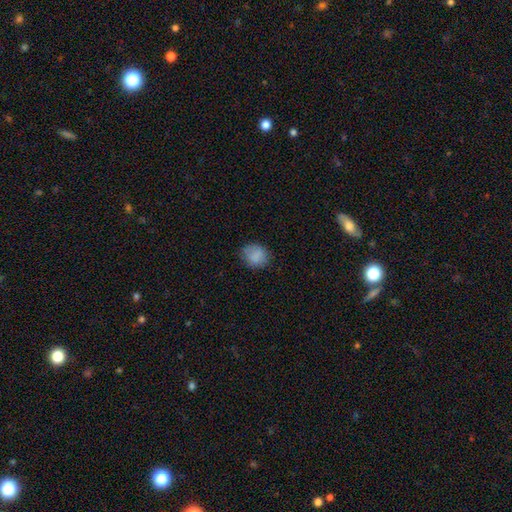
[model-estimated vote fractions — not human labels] The model was most divided on "how rounded": round: 68%, in between: 31%, cigar-shaped: 1%. More confident: smooth or featured — smooth (83%); merging — none (74%).